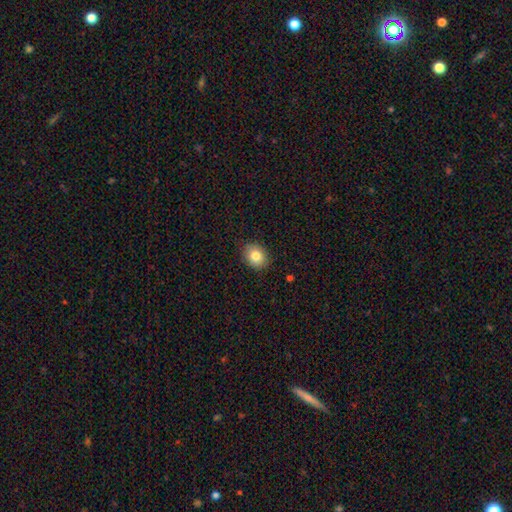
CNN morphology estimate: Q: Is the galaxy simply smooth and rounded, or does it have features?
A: smooth — 82%.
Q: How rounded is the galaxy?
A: round — 54%.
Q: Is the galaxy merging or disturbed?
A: none — 88%.